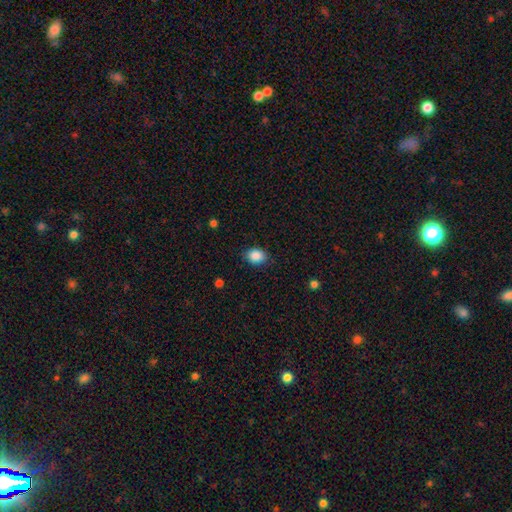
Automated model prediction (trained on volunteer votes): Overall: smooth (88%). How rounded: in between (57%; round 42%). Merging: none (84%).